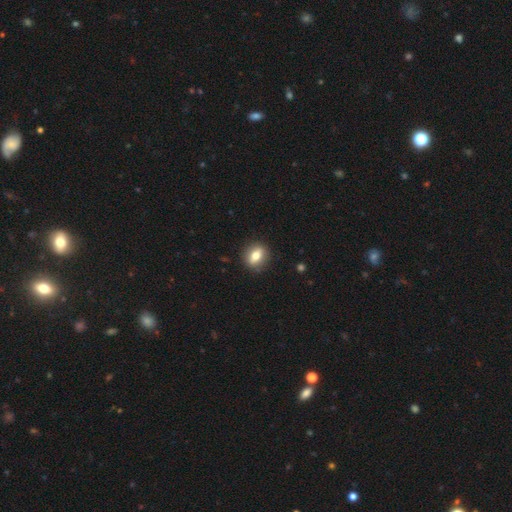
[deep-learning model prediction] smooth-or-featured: smooth: 72% | featured or disk: 20% | star or artifact: 8%
  how-rounded: round: 49% | in between: 48% | cigar-shaped: 3%
  merging: none: 88% | minor disturbance: 8% | major disturbance: 2% | merger: 1%